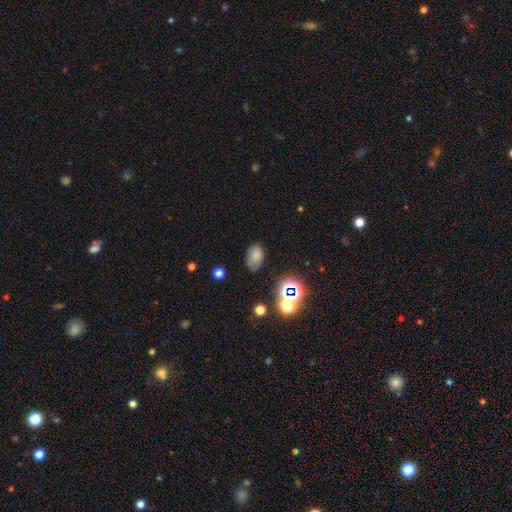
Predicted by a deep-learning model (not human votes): Morphology: type=smooth (71%); roundness=in between (83%); merging=none (64%).